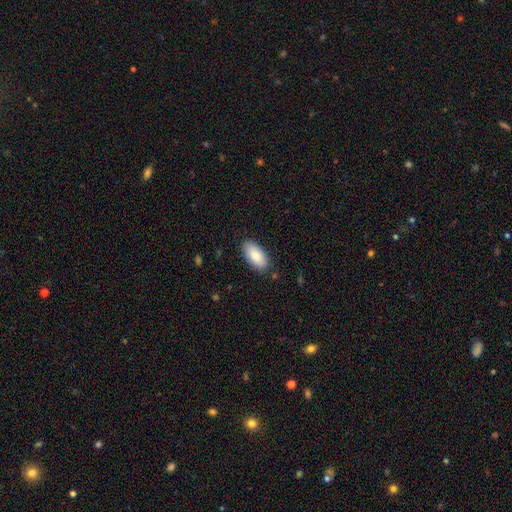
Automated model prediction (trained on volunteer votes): smooth_or_featured: smooth (p=0.86) [alt: featured or disk p=0.08]
how_rounded: in between (p=0.94) [alt: cigar-shaped p=0.03]
merging: none (p=0.86) [alt: minor disturbance p=0.11]